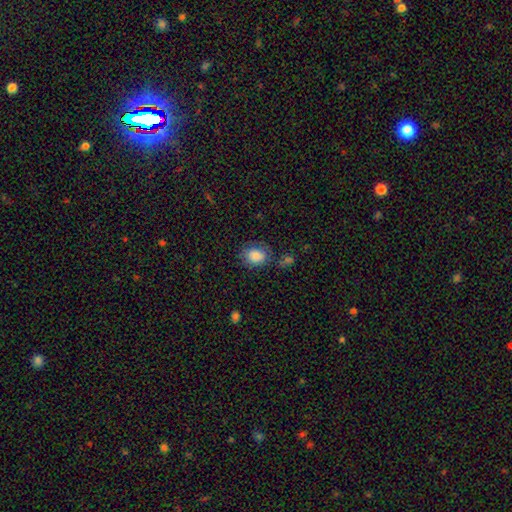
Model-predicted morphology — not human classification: This is clearly a smooth galaxy (84%). How rounded: possibly in between (51%). Merging: likely none (64%).